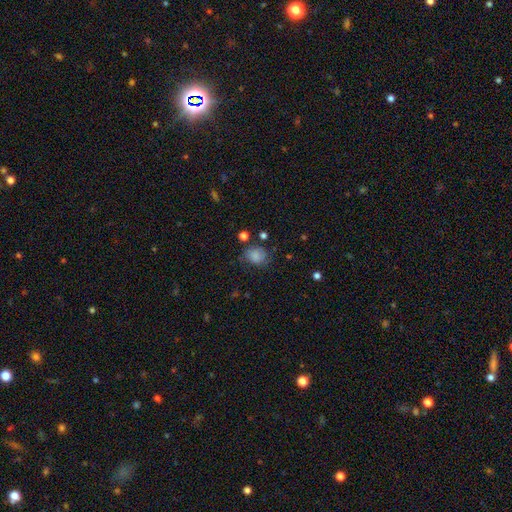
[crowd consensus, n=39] Morphology: type=smooth (79%); roundness=round (65%); merging=none (67%).